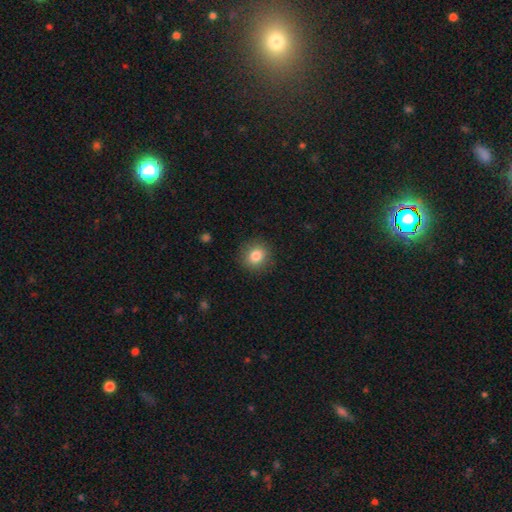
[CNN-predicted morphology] Q: Smooth or featured?
A: smooth (83%); runner-up: star or artifact (10%)
Q: How rounded?
A: round (86%); runner-up: in between (13%)
Q: Merging?
A: none (89%); runner-up: minor disturbance (8%)